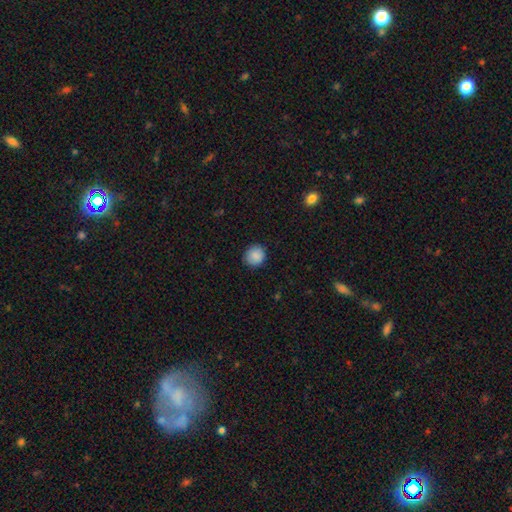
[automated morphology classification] Smooth or featured? Predicted: smooth (p=0.89). How rounded? Predicted: round (p=0.86). Merging? Predicted: none (p=0.87).